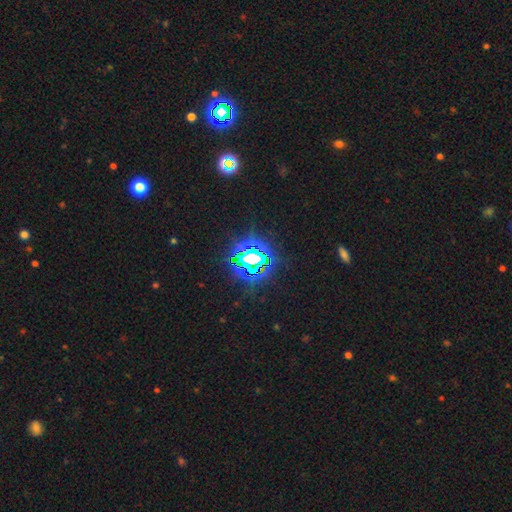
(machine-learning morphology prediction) Smooth or featured? Predicted: star or artifact (p=0.79).